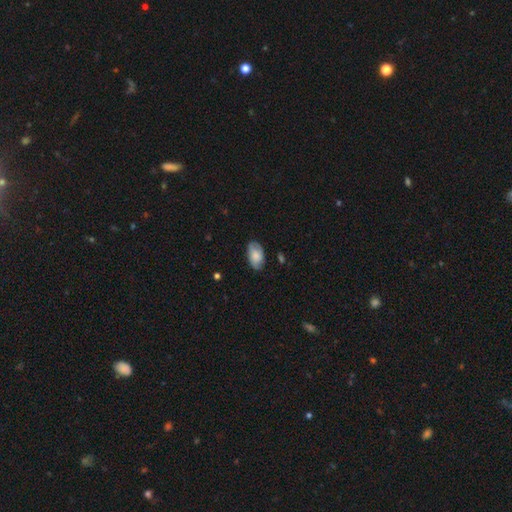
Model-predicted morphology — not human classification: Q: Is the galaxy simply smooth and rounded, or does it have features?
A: smooth — 71%.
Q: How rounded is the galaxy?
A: in between — 93%.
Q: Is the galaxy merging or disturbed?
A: none — 76%.